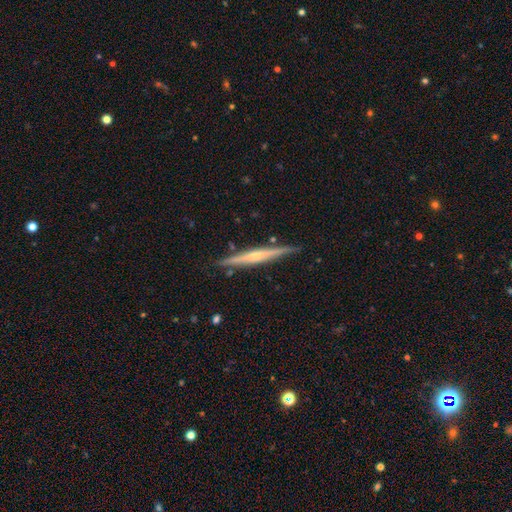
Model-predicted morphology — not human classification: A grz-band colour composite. It shows a featured or disk galaxy (69%) viewed edge-on (98%) with a rounded central bulge (55%). Merging: none (88%).